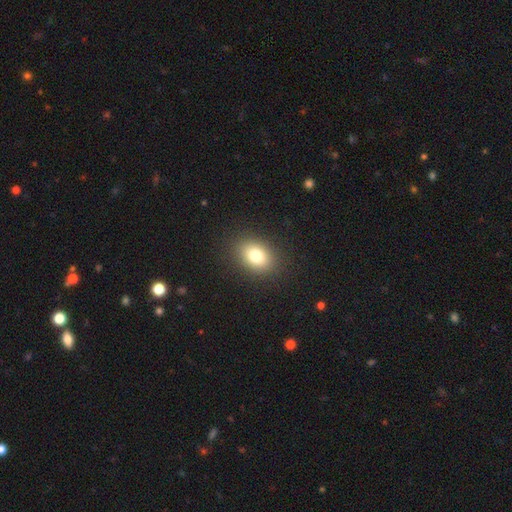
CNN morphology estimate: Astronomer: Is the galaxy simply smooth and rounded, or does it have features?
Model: smooth — 79%.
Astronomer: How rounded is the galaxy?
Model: in between — 71%.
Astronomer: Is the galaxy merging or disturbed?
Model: none — 88%.